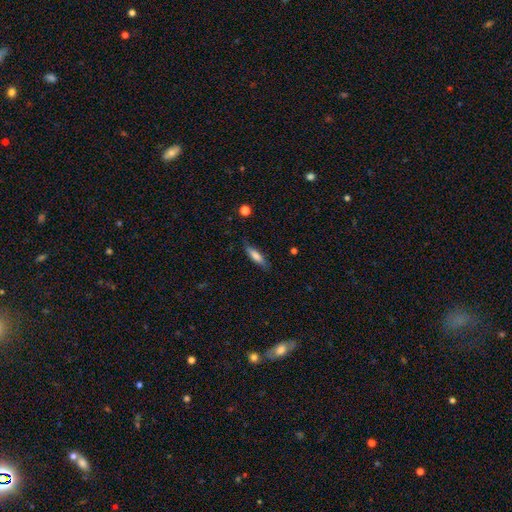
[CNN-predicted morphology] smooth_or_featured: smooth (p=0.72) [alt: featured or disk p=0.21]
how_rounded: cigar-shaped (p=0.65) [alt: in between p=0.33]
merging: none (p=0.81) [alt: minor disturbance p=0.15]